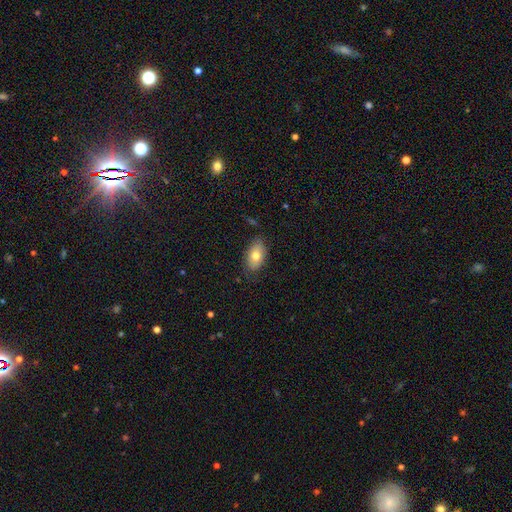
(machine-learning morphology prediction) Smooth or featured: smooth — 73% (featured or disk — 19%)
How rounded: in between — 91% (round — 7%)
Merging: none — 76% (minor disturbance — 19%)